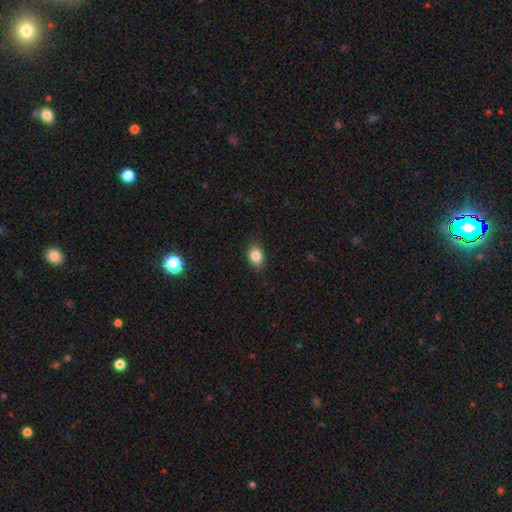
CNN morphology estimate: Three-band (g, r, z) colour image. It shows a smooth galaxy with no disk features (84%) that is in between round and cigar-shaped (77%). Merging: none (83%).